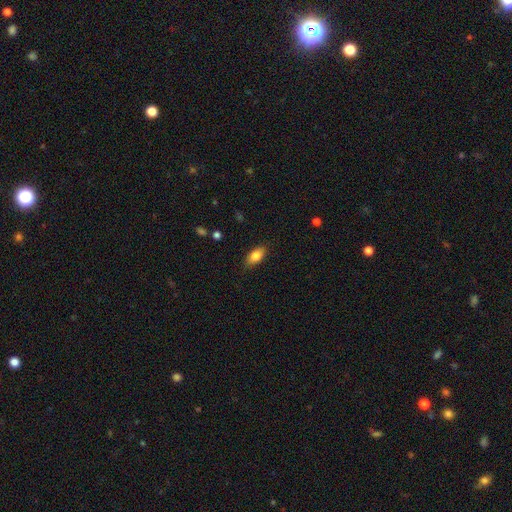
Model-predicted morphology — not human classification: This is clearly a smooth galaxy (82%). How rounded: clearly in between (88%). Merging: clearly none (84%).